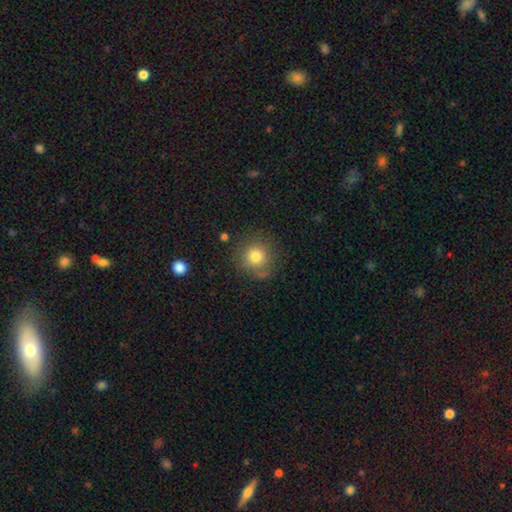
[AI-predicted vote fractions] Smooth or featured: smooth — 77% (star or artifact — 11%)
How rounded: round — 92% (in between — 7%)
Merging: none — 77% (minor disturbance — 14%)